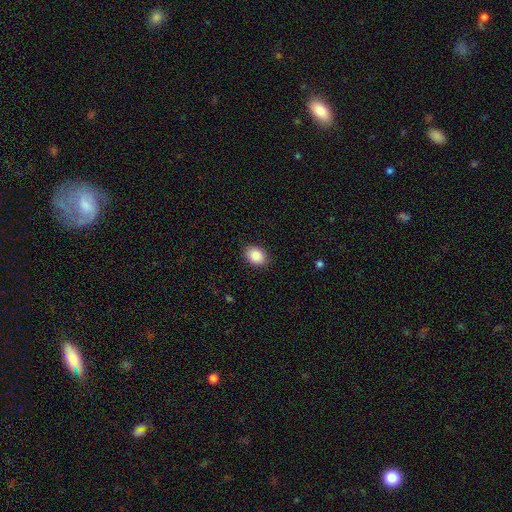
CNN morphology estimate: smooth_or_featured: smooth (p=0.89) [alt: star or artifact p=0.07]
how_rounded: in between (p=0.70) [alt: round p=0.29]
merging: none (p=0.88) [alt: minor disturbance p=0.09]